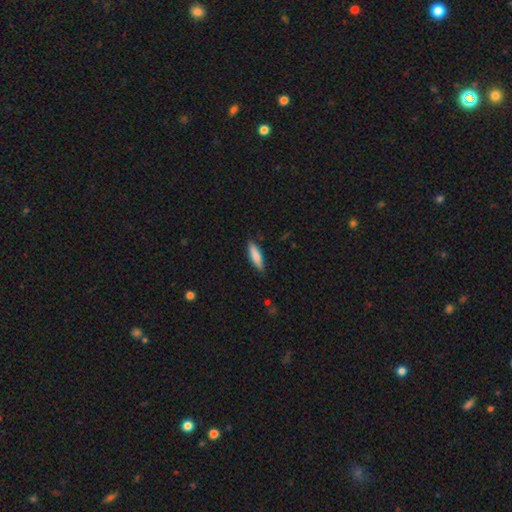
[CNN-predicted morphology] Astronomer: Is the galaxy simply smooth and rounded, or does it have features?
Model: smooth — 81%.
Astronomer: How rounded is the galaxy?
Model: cigar-shaped — 63%.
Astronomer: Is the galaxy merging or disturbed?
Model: none — 86%.